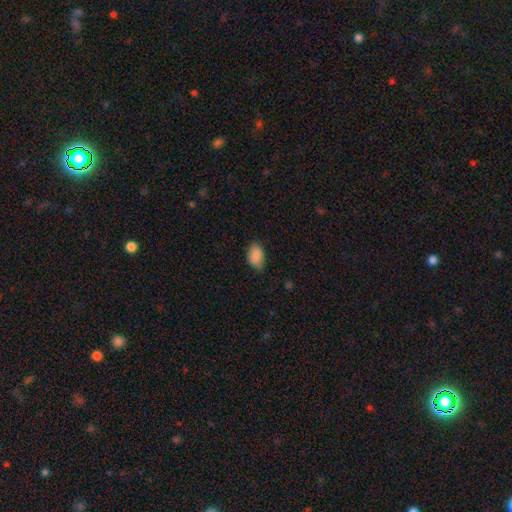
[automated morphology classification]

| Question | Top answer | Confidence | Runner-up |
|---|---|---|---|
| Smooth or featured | smooth | 89% | star or artifact (7%) |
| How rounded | in between | 89% | round (9%) |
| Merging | none | 76% | minor disturbance (19%) |